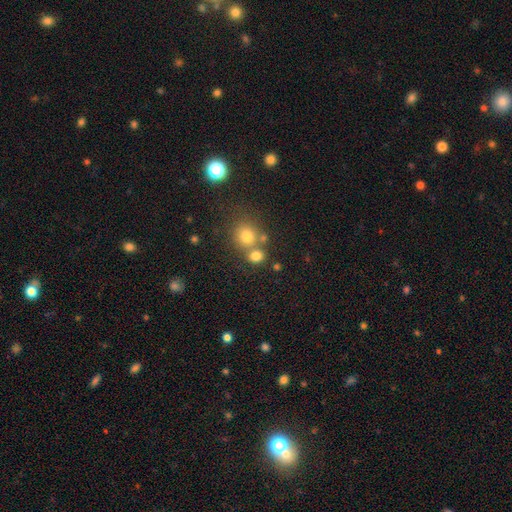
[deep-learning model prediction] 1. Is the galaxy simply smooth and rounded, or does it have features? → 77% smooth, 14% star or artifact, 9% featured or disk.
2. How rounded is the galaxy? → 74% round, 25% in between, 1% cigar-shaped.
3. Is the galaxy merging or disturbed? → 55% none, 33% merger, 8% minor disturbance, 4% major disturbance.